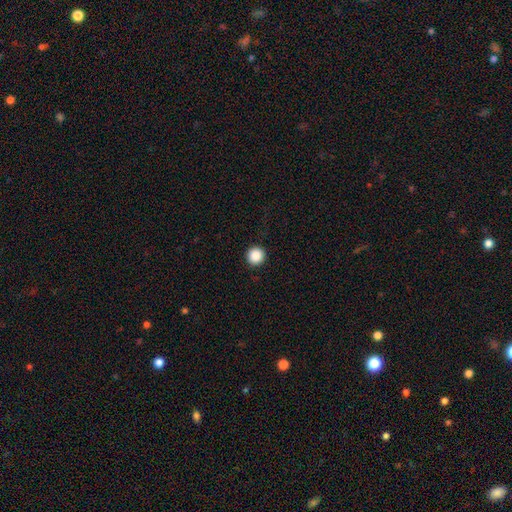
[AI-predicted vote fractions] smooth 88%, star or artifact 9%, featured or disk 2%. Down the decision tree: how rounded — round (96%); merging — none (93%).